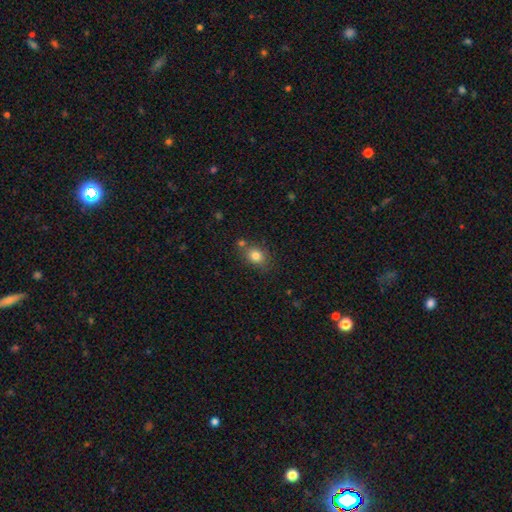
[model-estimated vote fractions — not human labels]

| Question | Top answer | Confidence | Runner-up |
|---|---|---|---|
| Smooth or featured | smooth | 81% | star or artifact (10%) |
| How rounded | in between | 55% | round (44%) |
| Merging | none | 67% | merger (15%) |